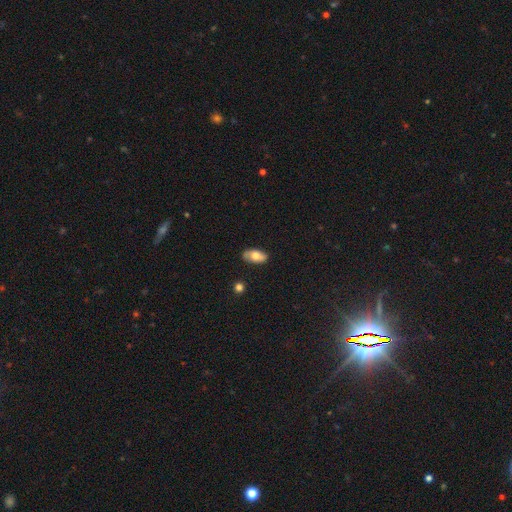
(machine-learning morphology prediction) This is likely a smooth galaxy (68%). How rounded: clearly in between (92%). Merging: clearly none (83%).